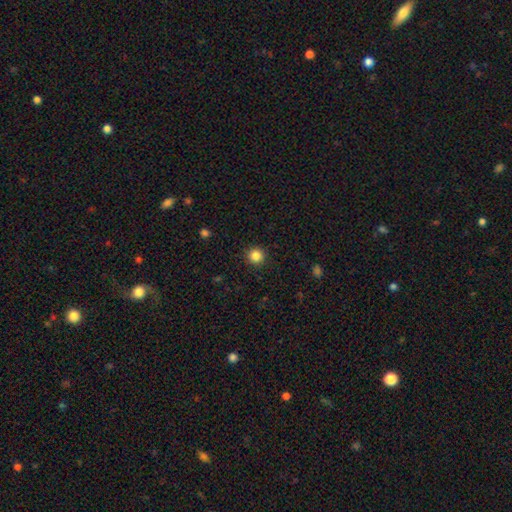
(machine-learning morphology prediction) Smooth or featured? smooth (85%)
How rounded? round (94%)
Merging? none (91%)